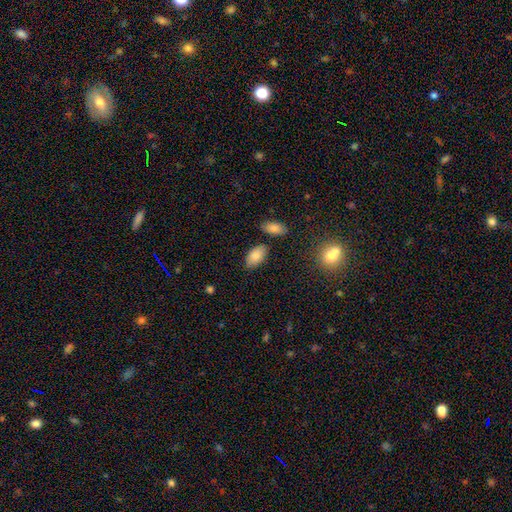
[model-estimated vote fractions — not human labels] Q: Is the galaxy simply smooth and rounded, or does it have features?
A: smooth — 83%.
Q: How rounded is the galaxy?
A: in between — 93%.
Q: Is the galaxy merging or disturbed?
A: none — 78%.